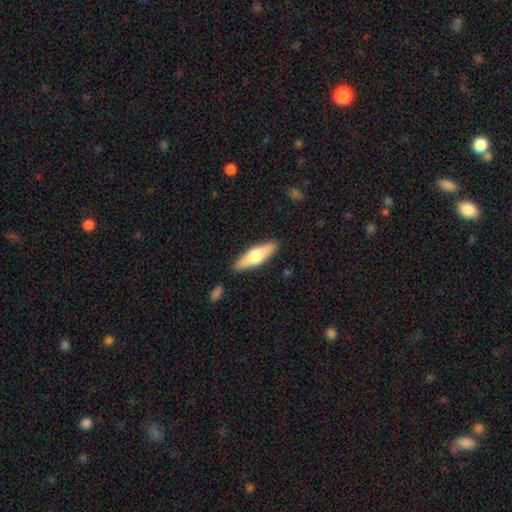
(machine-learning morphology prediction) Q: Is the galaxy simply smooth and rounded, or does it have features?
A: smooth — 57%.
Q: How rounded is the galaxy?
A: cigar-shaped — 57%.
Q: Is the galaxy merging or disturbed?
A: none — 87%.